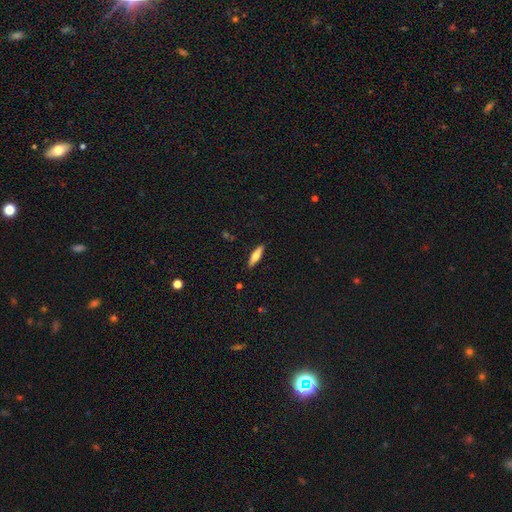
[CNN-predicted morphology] smooth_or_featured: smooth (p=0.60) [alt: featured or disk p=0.33]
how_rounded: cigar-shaped (p=0.67) [alt: in between p=0.31]
merging: none (p=0.89) [alt: minor disturbance p=0.08]